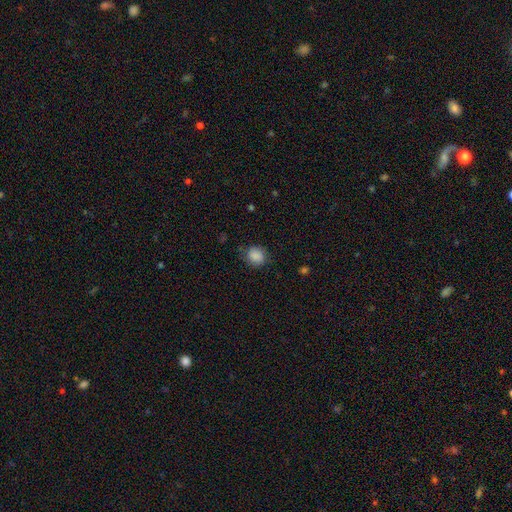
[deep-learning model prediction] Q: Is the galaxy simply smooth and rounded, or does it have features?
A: smooth — 87%.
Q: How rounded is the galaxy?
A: round — 71%.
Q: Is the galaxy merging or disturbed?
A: none — 77%.